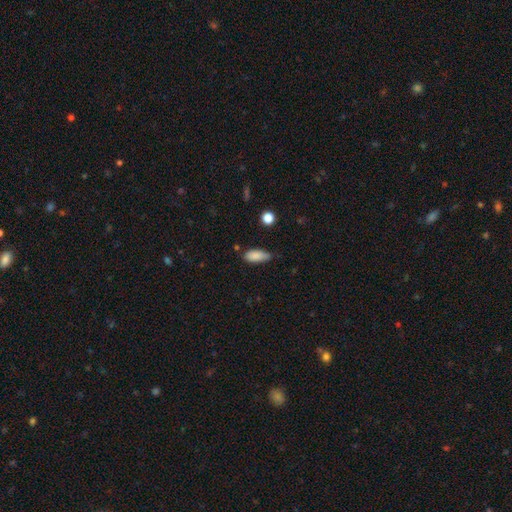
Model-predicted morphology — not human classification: This appears to be a smooth galaxy with no disk features (87%) that is in between round and cigar-shaped (81%). Merging: none (60%).